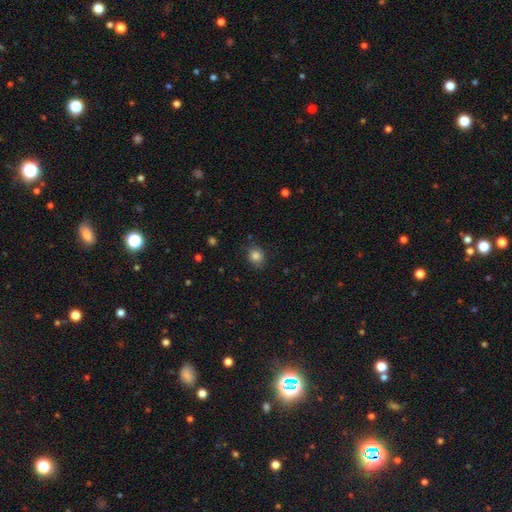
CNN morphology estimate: smooth 84%, star or artifact 11%, featured or disk 5%. Down the decision tree: how rounded — round (72%); merging — none (80%).